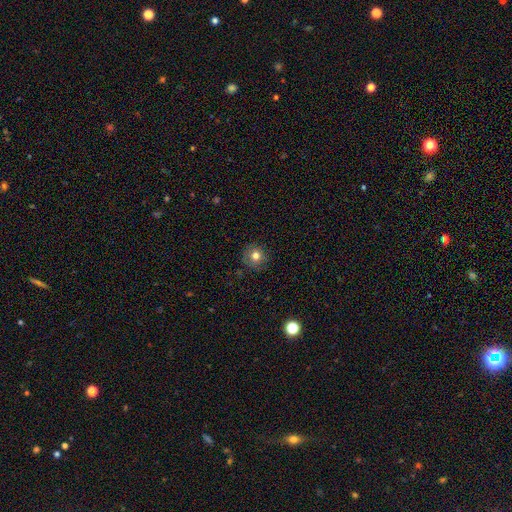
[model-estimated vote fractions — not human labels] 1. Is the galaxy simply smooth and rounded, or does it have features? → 77% smooth, 12% star or artifact, 11% featured or disk.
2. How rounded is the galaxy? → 93% round, 6% in between, 1% cigar-shaped.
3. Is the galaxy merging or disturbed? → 85% none, 11% minor disturbance, 3% major disturbance, 1% merger.